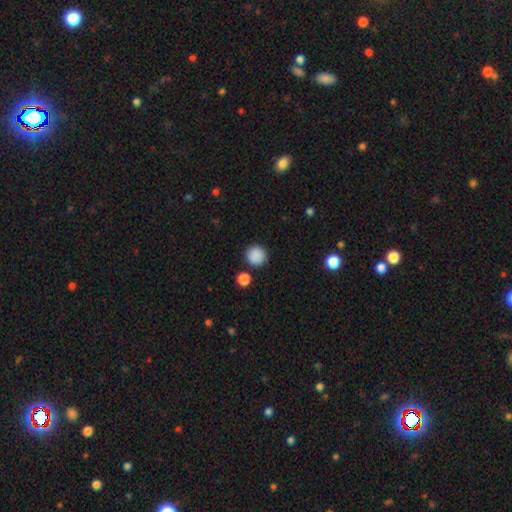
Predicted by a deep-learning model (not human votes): smooth_or_featured: smooth (p=0.88) [alt: star or artifact p=0.09]
how_rounded: round (p=0.94) [alt: in between p=0.05]
merging: none (p=0.87) [alt: minor disturbance p=0.07]